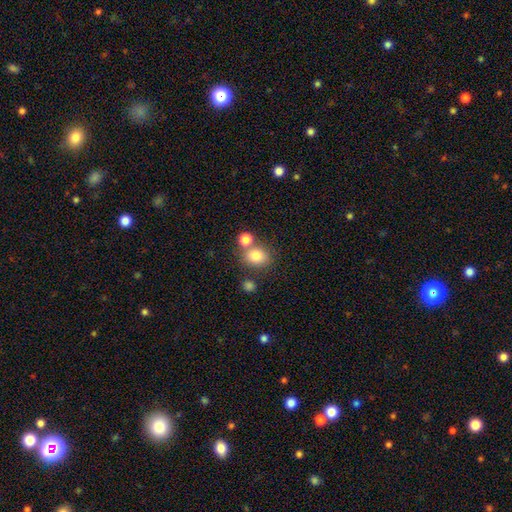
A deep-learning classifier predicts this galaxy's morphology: smooth-or-featured: smooth: 80% | star or artifact: 11% | featured or disk: 9%
  how-rounded: round: 62% | in between: 37% | cigar-shaped: 1%
  merging: none: 62% | merger: 24% | minor disturbance: 11% | major disturbance: 4%